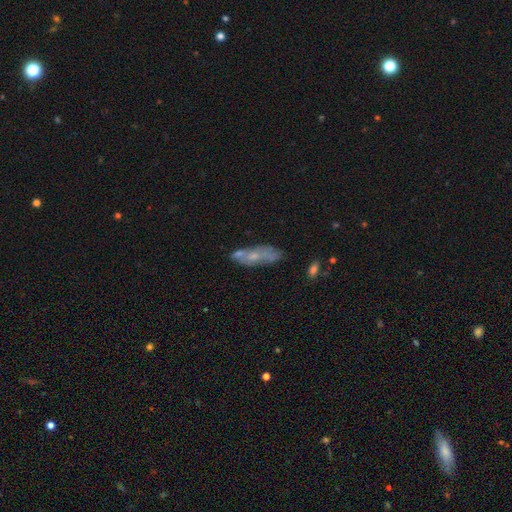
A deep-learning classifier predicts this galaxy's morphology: A featured or disk galaxy (48%). Merging: none (58%).